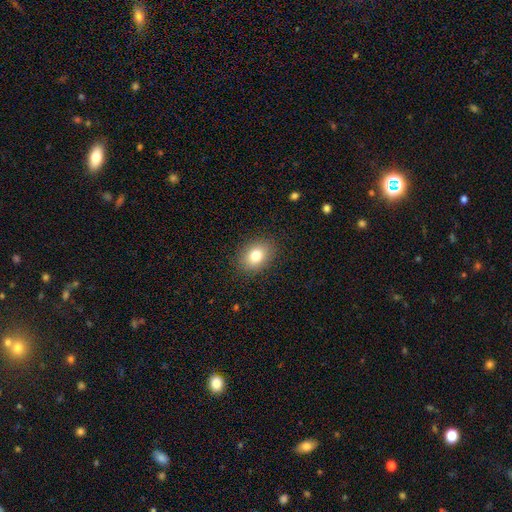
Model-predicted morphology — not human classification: The model was most divided on "how rounded": in between: 69%, round: 30%, cigar-shaped: 1%. More confident: merging — none (88%); smooth or featured — smooth (80%).